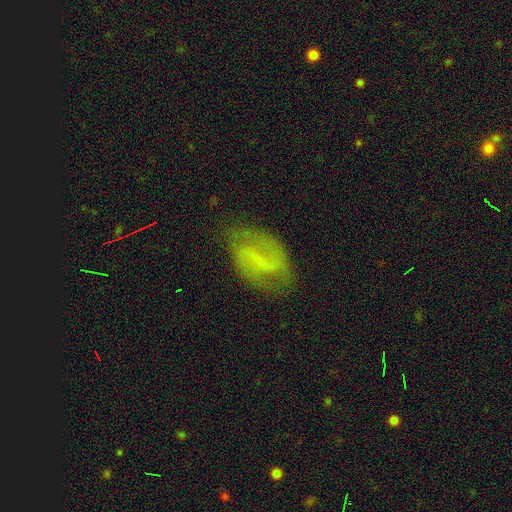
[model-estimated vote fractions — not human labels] A featured or disk galaxy (65%) with a weak bar (45%), 2 (81%) medium (42%) spiral arms (84%) and no central bulge (52%).

Vote fractions:
- Smooth or featured? featured or disk: 65% / smooth: 24% / star or artifact: 11%
- Edge-on disk? no: 95% / yes: 5%
- Bar? weak: 45% / strong: 37% / no: 18%
- Spiral arms? yes: 84% / no: 16%
- Spiral winding? medium: 42% / loose: 35% / tight: 23%
- Spiral arm count? 2: 81% / can't tell: 11% / 1: 5% / 3: 1% / 4: 1% / more than 4: 1%
- Bulge size? none: 52% / small: 36% / moderate: 10% / large: 2% / dominant: 1%
- Merging? none: 72% / minor disturbance: 19% / major disturbance: 8% / merger: 2%